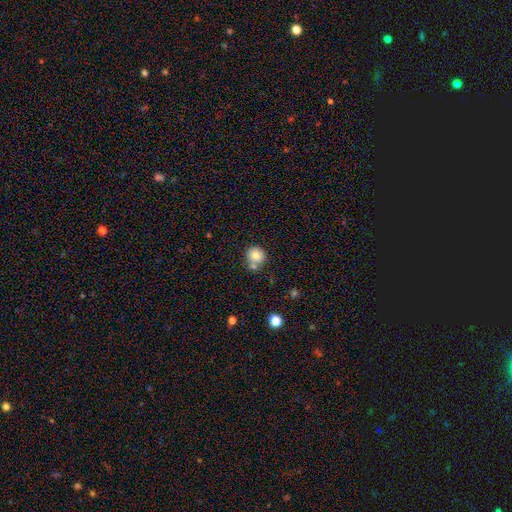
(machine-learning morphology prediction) A smooth galaxy with no disk features (78%) that is round (89%). Merging: none (59%).